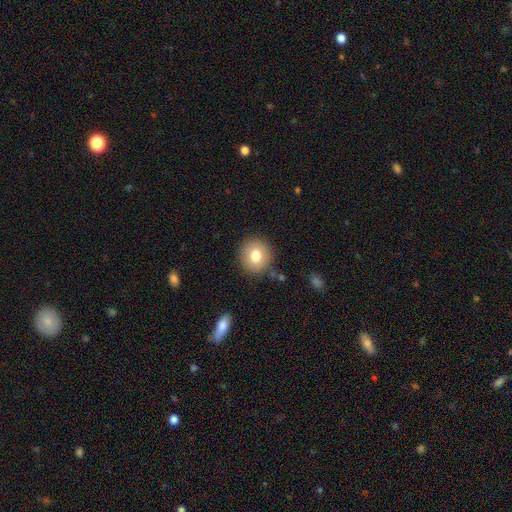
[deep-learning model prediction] Overall: smooth (77%). How rounded: round (86%). Merging: none (87%).